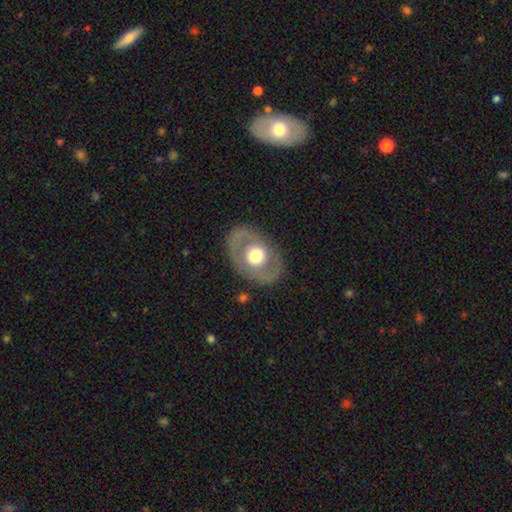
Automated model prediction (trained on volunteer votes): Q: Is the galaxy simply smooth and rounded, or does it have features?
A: featured or disk — 59%.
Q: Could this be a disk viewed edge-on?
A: no — 92%.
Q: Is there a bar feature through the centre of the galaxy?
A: no — 82%.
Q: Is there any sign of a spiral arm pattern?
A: no — 71%.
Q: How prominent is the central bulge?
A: moderate — 50%.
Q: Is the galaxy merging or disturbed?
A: none — 81%.